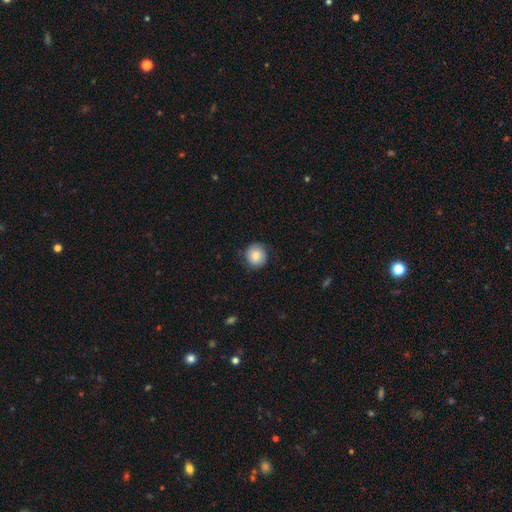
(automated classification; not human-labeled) This appears to be a smooth galaxy with no disk features (78%) that is round (92%). Merging: none (83%).